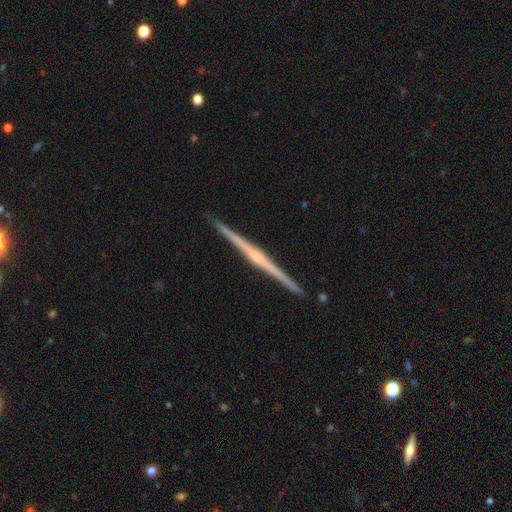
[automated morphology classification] Smooth or featured? featured or disk (85%)
Edge-on disk? yes (99%)
Edge-on bulge? rounded (57%)
Merging? none (93%)